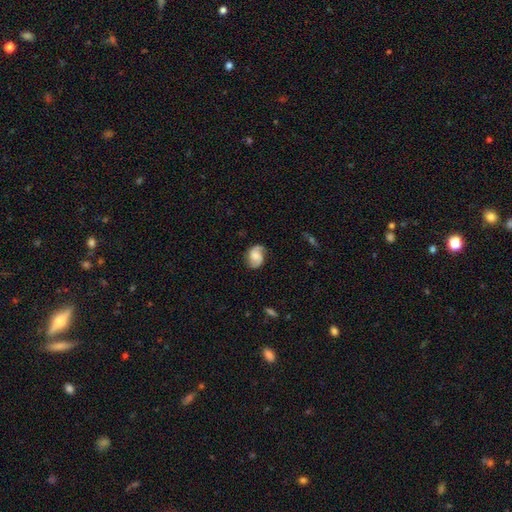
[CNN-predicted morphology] A featured or disk galaxy (72%) with no bar (56%), 2 (88%) medium (46%) spiral arms (96%) and a moderate central bulge (33%). Merging: none (74%).